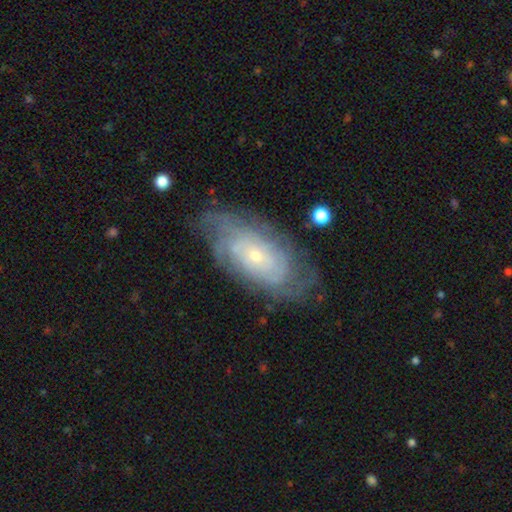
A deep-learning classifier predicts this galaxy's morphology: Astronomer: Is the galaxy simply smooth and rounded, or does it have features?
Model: featured or disk — 79%.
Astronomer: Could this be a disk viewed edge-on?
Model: no — 94%.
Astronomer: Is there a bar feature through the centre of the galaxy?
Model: no — 80%.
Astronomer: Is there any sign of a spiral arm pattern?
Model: yes — 90%.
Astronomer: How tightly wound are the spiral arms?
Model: tight — 74%.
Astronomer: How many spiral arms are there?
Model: can't tell — 54%.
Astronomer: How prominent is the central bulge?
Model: small — 74%.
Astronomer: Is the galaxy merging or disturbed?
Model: none — 70%.